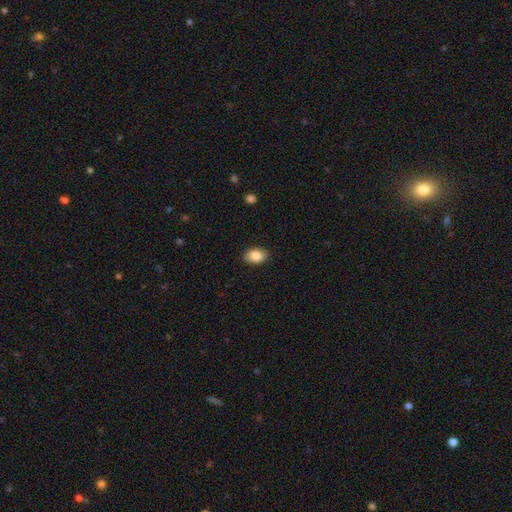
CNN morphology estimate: Overall: smooth (84%). How rounded: in between (84%). Merging: none (88%).